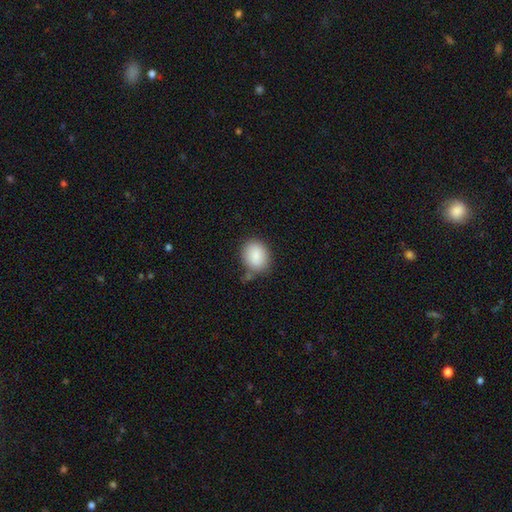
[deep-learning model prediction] Smooth or featured? Predicted: smooth (p=0.87). How rounded? Predicted: in between (p=0.52). Merging? Predicted: none (p=0.66).